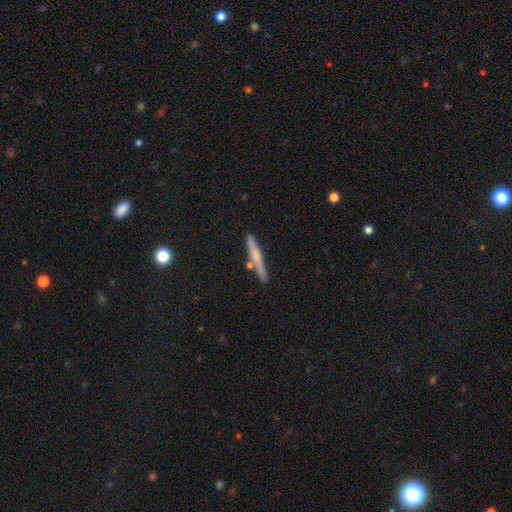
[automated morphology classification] The model was most divided on "smooth or featured": smooth: 52%, featured or disk: 41%, star or artifact: 6%. More confident: how rounded — cigar-shaped (94%); merging — none (79%).